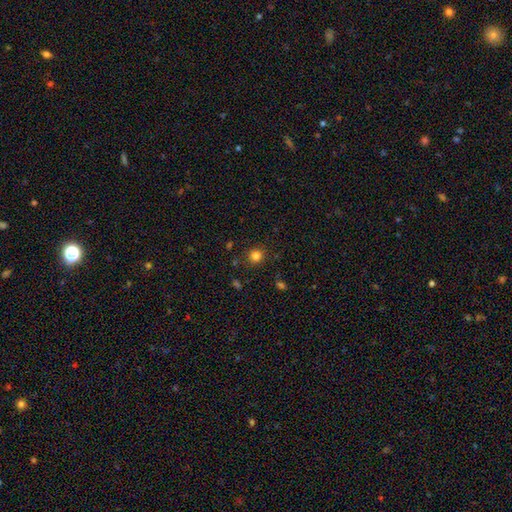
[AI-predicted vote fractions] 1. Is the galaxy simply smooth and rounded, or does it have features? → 82% smooth, 13% star or artifact, 5% featured or disk.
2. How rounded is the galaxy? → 90% round, 9% in between, 1% cigar-shaped.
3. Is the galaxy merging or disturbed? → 87% none, 8% minor disturbance, 3% major disturbance, 2% merger.